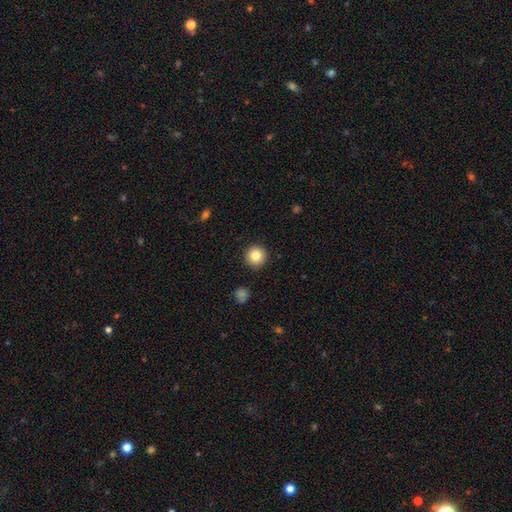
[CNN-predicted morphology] smooth 83%, star or artifact 10%, featured or disk 7%. Down the decision tree: how rounded — round (95%); merging — none (92%).